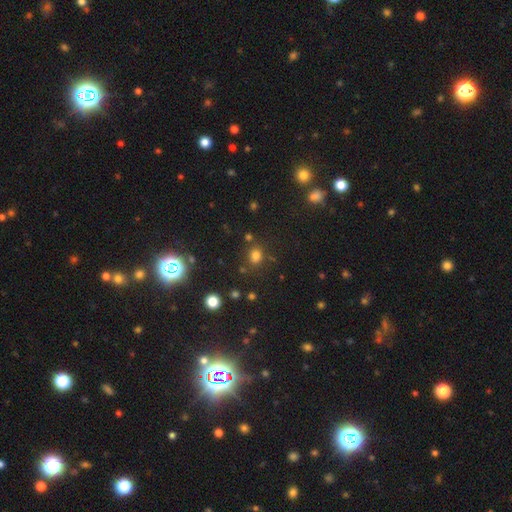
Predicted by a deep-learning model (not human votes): The model was most divided on "how rounded": round: 56%, in between: 43%, cigar-shaped: 1%. More confident: merging — none (74%); smooth or featured — smooth (73%).